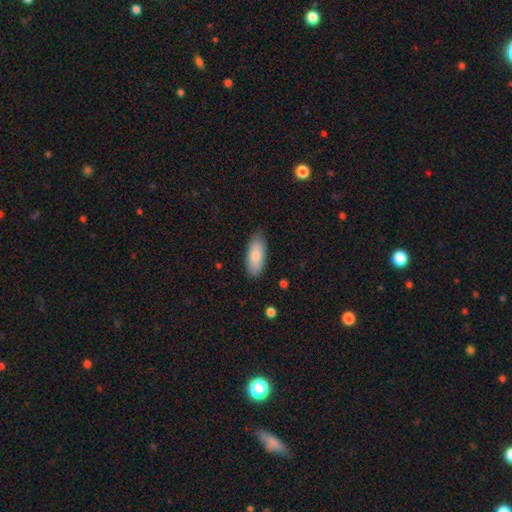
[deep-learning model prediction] A smooth galaxy with no disk features (83%) that is in between round and cigar-shaped (84%). Merging: none (82%).